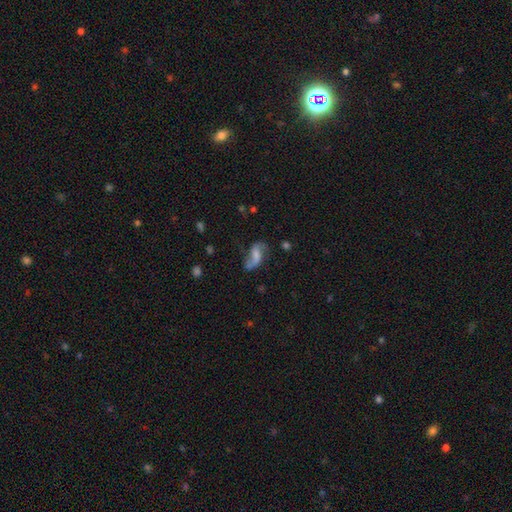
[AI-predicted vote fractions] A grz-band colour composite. It shows a featured or disk galaxy (64%) with no bar (41%, tied with weak), 2 (80%) loose (76%) spiral arms (88%) and no central bulge (35%). Merging: none (50%).